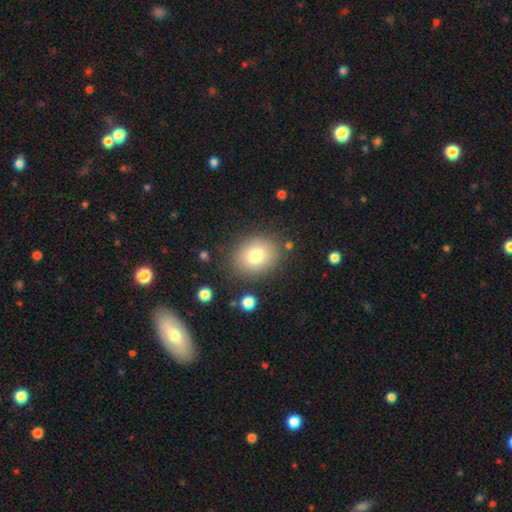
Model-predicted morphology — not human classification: Overall: smooth (77%). How rounded: round (58%; in between 41%). Merging: none (83%).